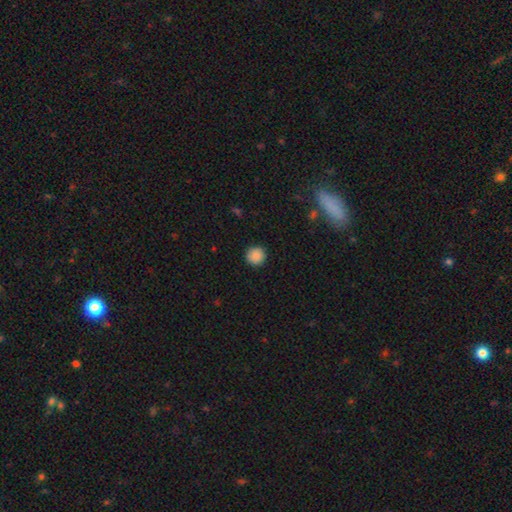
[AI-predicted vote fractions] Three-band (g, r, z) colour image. It shows a smooth galaxy with no disk features (89%) that is round (95%). Merging: none (92%).